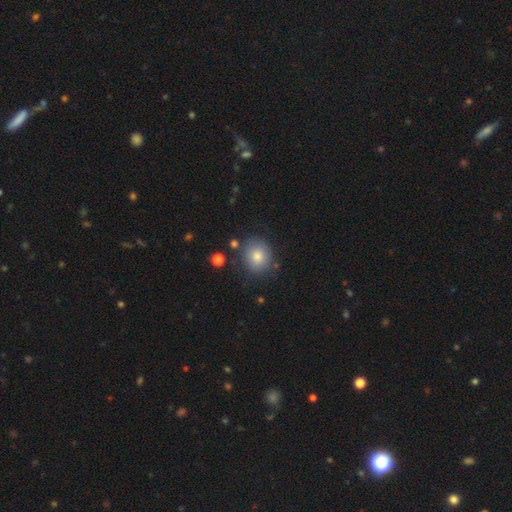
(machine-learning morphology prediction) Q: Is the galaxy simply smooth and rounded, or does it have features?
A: smooth — 79%.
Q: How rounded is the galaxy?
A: round — 83%.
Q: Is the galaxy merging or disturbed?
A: none — 81%.